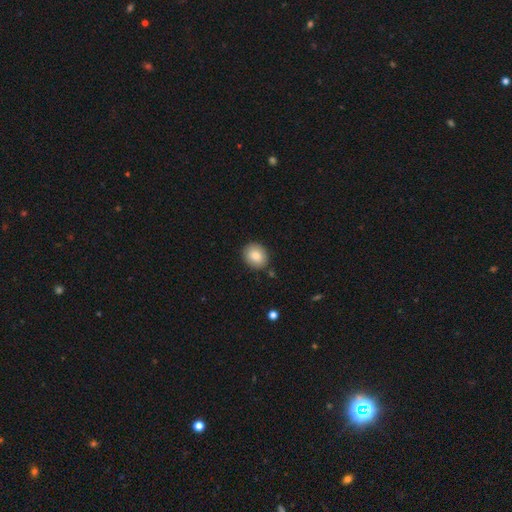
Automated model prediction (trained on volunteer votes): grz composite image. It shows a smooth galaxy with no disk features (84%) that is round (63%). Merging: none (86%).